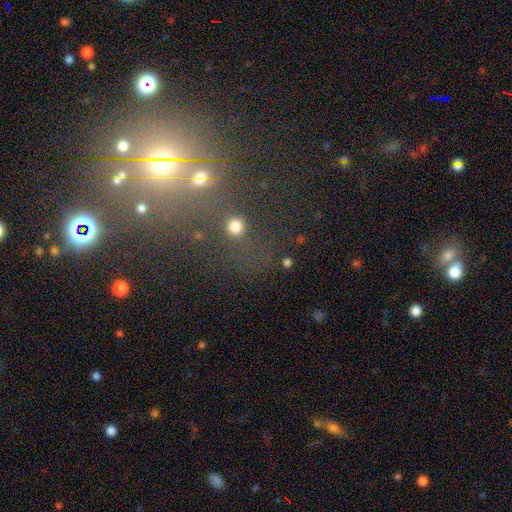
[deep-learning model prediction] A star or artifact, not a galaxy (59%).

Vote fractions:
- Smooth or featured? star or artifact: 59% / smooth: 27% / featured or disk: 14%